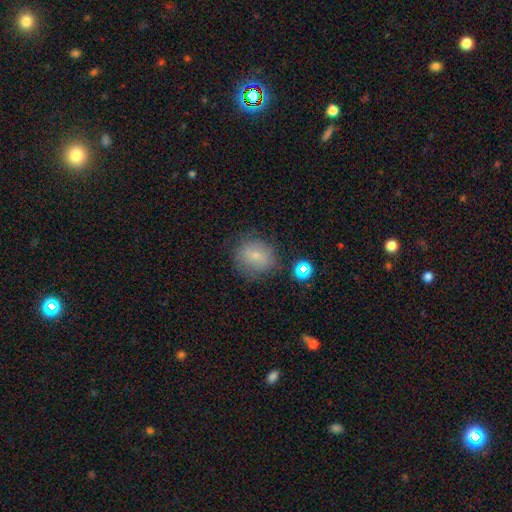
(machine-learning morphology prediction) smooth_or_featured: smooth (p=0.73) [alt: featured or disk p=0.16]
how_rounded: round (p=0.75) [alt: in between p=0.23]
merging: none (p=0.73) [alt: minor disturbance p=0.18]